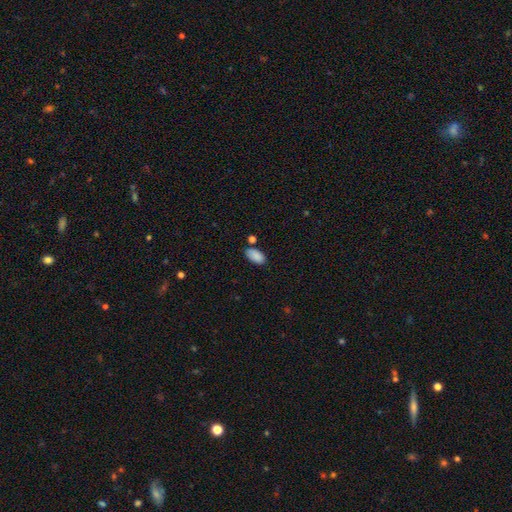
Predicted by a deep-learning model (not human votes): A smooth galaxy with no disk features (88%) that is in between round and cigar-shaped (94%).

Vote fractions:
- Smooth or featured? smooth: 88% / star or artifact: 8% / featured or disk: 4%
- How rounded? in between: 94% / round: 4% / cigar-shaped: 2%
- Merging? none: 73% / minor disturbance: 16% / merger: 8% / major disturbance: 4%